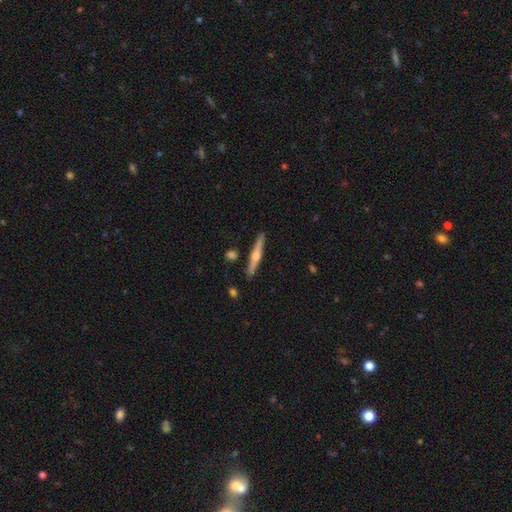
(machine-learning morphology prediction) type=featured or disk (71%); edge-on=yes (98%); edge-on bulge=rounded (88%); merging=none (89%).